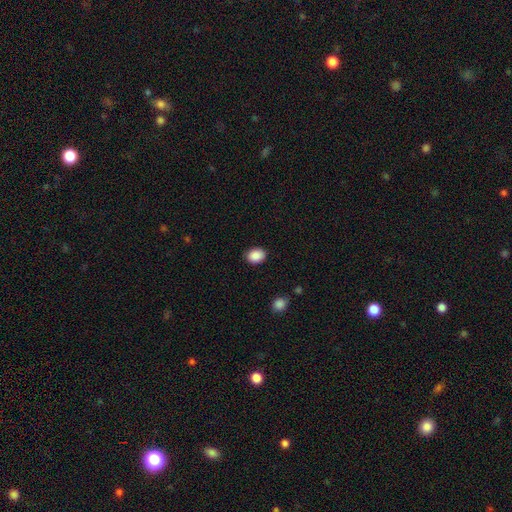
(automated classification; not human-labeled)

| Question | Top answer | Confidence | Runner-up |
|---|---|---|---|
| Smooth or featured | smooth | 90% | star or artifact (8%) |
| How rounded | in between | 65% | round (34%) |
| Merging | none | 88% | minor disturbance (9%) |